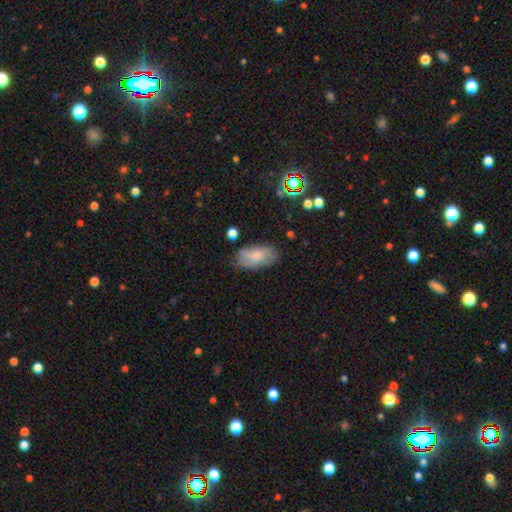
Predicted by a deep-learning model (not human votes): This appears to be a smooth galaxy with no disk features (68%) that is in between round and cigar-shaped (93%). Merging: none (70%).